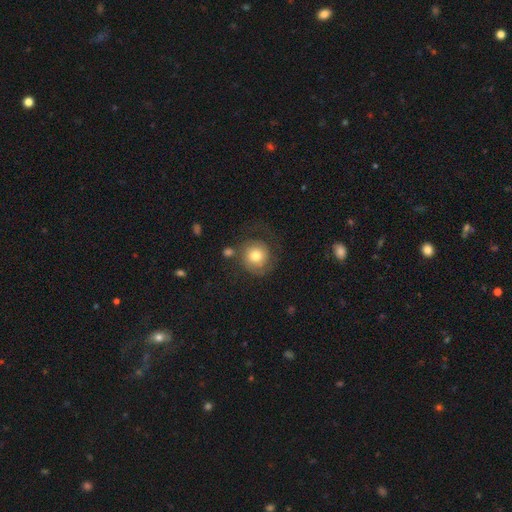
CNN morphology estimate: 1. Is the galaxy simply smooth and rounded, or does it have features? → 55% smooth, 37% featured or disk, 9% star or artifact.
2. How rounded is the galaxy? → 89% round, 10% in between, 1% cigar-shaped.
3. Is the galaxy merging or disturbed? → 56% none, 21% major disturbance, 17% minor disturbance, 6% merger.